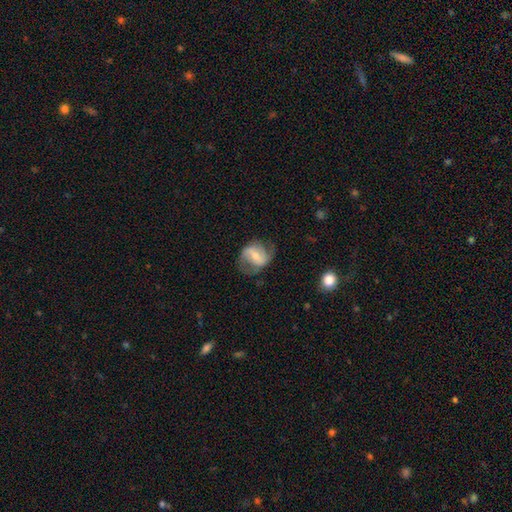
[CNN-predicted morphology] The model was most divided on "bar": weak: 40%, strong: 38%, no: 22%. Remaining: edge-on disk — no (96%); spiral arms — yes (81%); smooth or featured — featured or disk (62%); merging — none (61%); bulge size — small (48%).